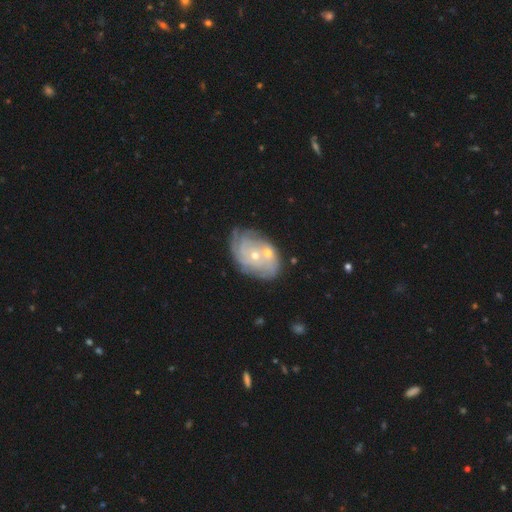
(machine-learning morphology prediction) type=featured or disk (80%); edge-on=no (96%); bar=no (79%); spiral arms=yes (91%); winding=tight (74%); arm count=can't tell (42%); bulge=small (65%); merging=none (57%).